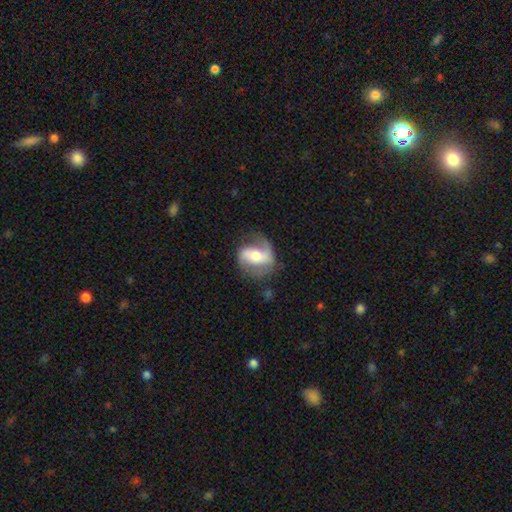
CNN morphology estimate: Smooth or featured? featured or disk (75%)
Edge-on disk? no (97%)
Bar? weak (36%)
Spiral arms? yes (90%)
Spiral winding? loose (43%)
Spiral arm count? 2 (74%)
Bulge size? moderate (59%)
Merging? none (60%)